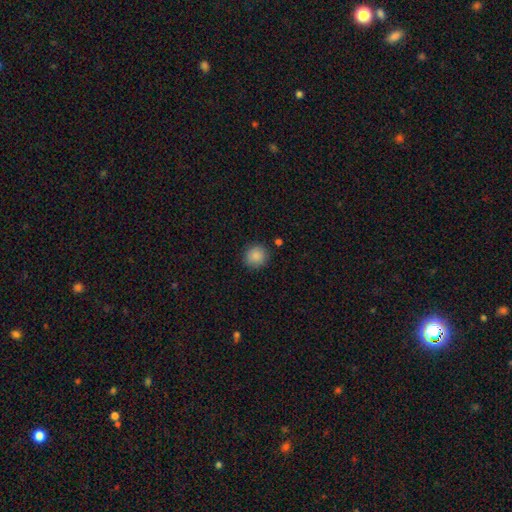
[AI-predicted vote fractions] Smooth or featured?
  - smooth: 87% *
  - star or artifact: 9%
  - featured or disk: 4%
How rounded?
  - round: 87% *
  - in between: 12%
  - cigar-shaped: 1%
Merging?
  - none: 88% *
  - minor disturbance: 8%
  - major disturbance: 2%
  - merger: 2%